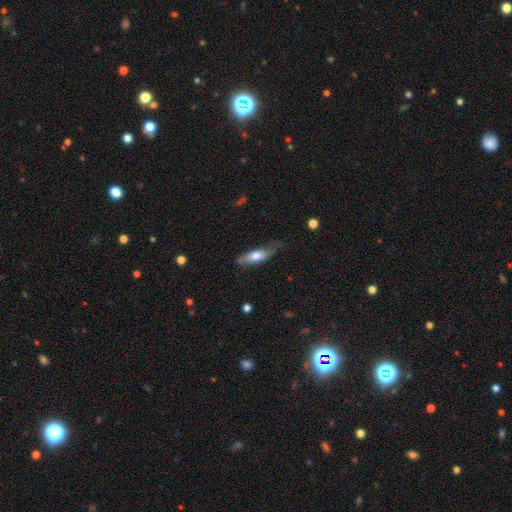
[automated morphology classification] smooth 60%, featured or disk 34%, star or artifact 6%. Down the decision tree: how rounded — in between (50%); merging — none (54%).